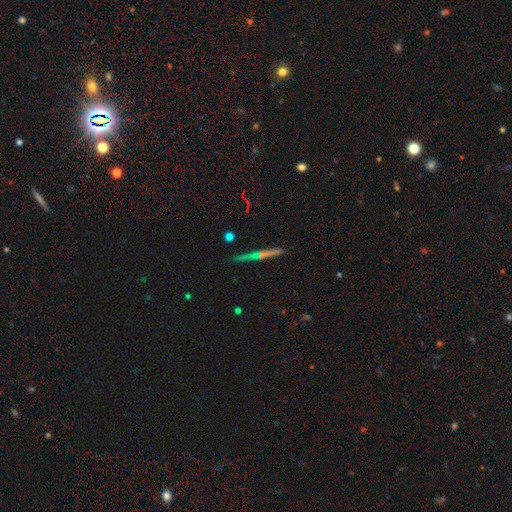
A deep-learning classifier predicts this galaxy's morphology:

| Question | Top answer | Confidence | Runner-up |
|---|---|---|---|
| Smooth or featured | featured or disk | 67% | smooth (23%) |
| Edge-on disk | yes | 97% | no (3%) |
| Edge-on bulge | rounded | 58% | none (36%) |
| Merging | none | 88% | minor disturbance (9%) |